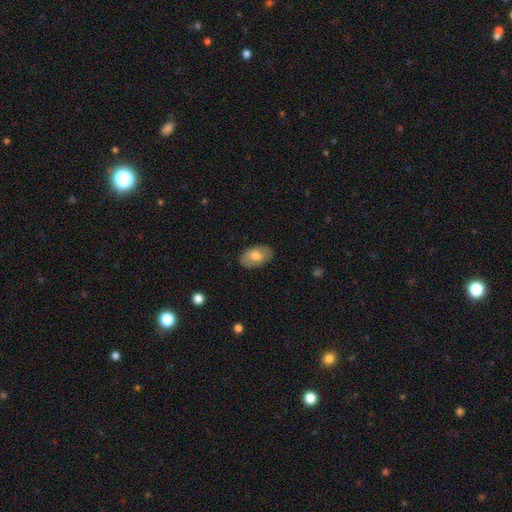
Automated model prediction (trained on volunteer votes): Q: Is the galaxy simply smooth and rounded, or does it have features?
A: smooth — 71%.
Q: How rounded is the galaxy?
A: in between — 91%.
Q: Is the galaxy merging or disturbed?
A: none — 84%.